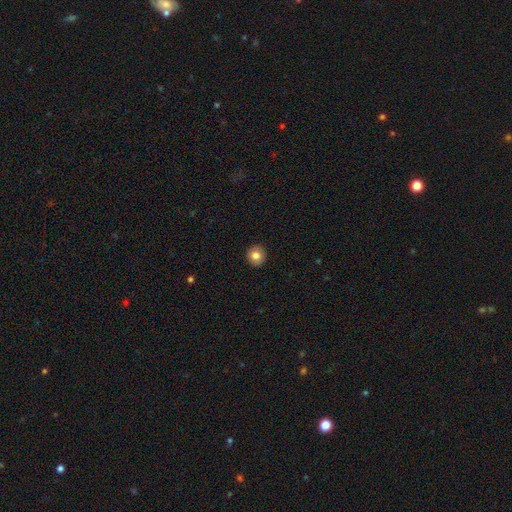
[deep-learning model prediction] Smooth or featured: smooth — 82% (star or artifact — 9%)
How rounded: round — 89% (in between — 10%)
Merging: none — 92% (minor disturbance — 5%)